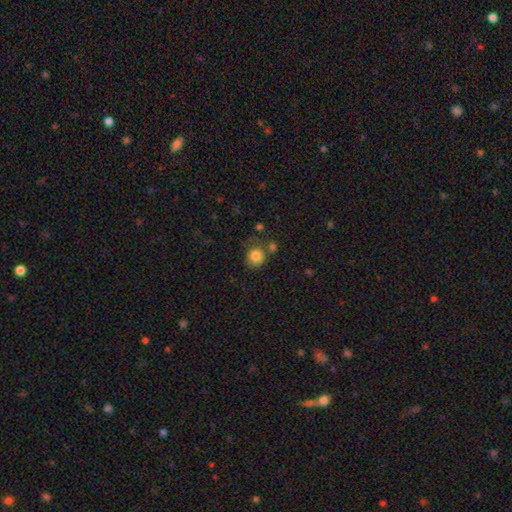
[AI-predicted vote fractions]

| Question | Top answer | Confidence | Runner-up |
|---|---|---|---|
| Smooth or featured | smooth | 83% | star or artifact (10%) |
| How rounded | round | 86% | in between (13%) |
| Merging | none | 63% | minor disturbance (18%) |